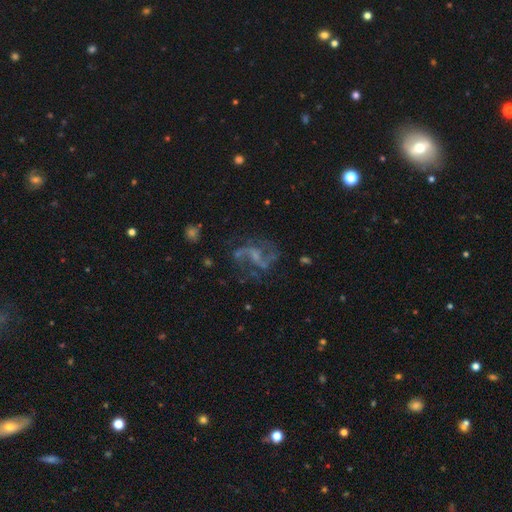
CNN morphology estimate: featured or disk 82%, star or artifact 10%, smooth 8%. Down the decision tree: edge-on disk — no (98%); bar — weak (48%); spiral arms — yes (91%); spiral arm count — 2 (87%); spiral winding — loose (62%); bulge size — none (46%); merging — none (61%).